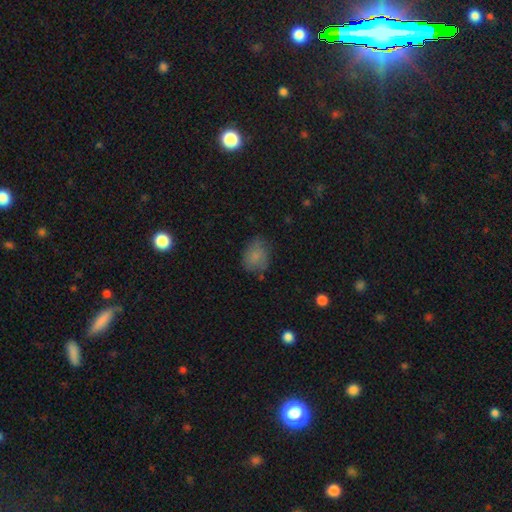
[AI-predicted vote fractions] The model was most divided on "how rounded": in between: 53%, round: 46%, cigar-shaped: 1%. More confident: smooth or featured — smooth (80%); merging — none (66%).